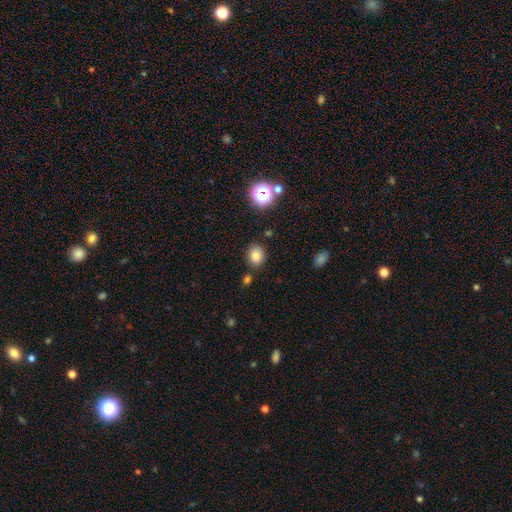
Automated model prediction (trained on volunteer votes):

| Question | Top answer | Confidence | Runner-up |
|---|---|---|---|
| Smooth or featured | smooth | 80% | star or artifact (14%) |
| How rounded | in between | 50% | round (49%) |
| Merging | none | 79% | minor disturbance (12%) |